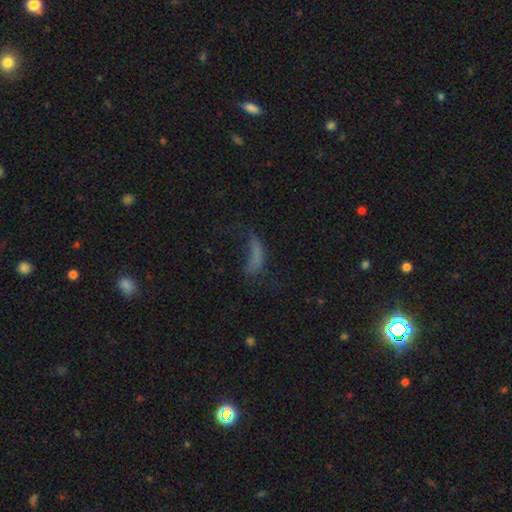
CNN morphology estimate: type=smooth (56%); roundness=in between (52%); merging=major disturbance (43%).